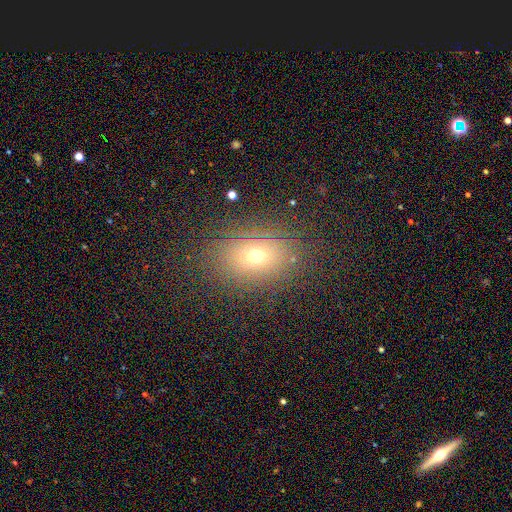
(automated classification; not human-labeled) The model was most divided on "how rounded": in between: 63%, round: 36%, cigar-shaped: 2%. More confident: merging — none (81%); smooth or featured — smooth (62%).